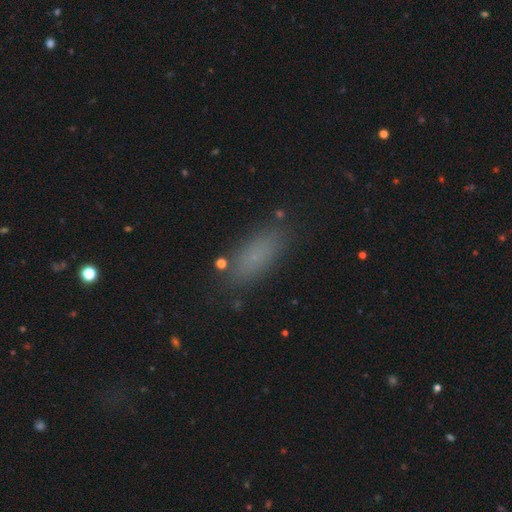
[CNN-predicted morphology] type=smooth (77%); roundness=in between (72%); merging=none (84%).